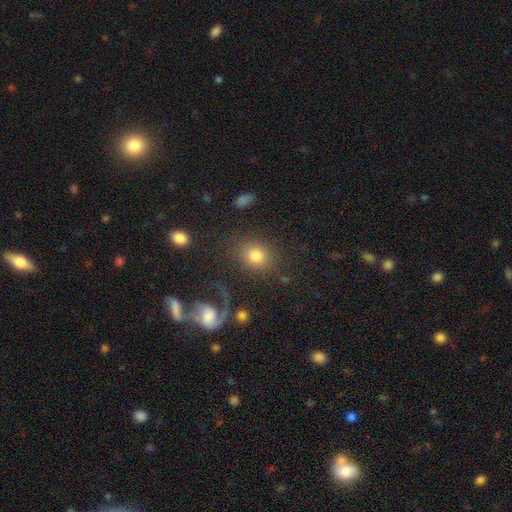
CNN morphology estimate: smooth-or-featured: smooth: 72% | featured or disk: 18% | star or artifact: 11%
  how-rounded: round: 69% | in between: 30% | cigar-shaped: 1%
  merging: none: 74% | minor disturbance: 11% | major disturbance: 9% | merger: 6%